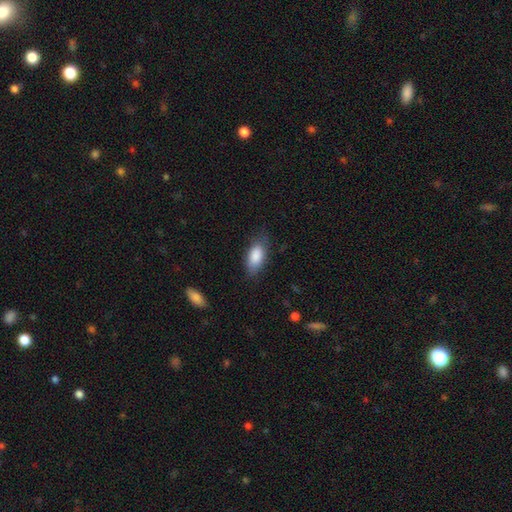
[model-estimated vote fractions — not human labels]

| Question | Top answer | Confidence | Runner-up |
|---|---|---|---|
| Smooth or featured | smooth | 86% | featured or disk (7%) |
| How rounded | in between | 89% | cigar-shaped (7%) |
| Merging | none | 72% | minor disturbance (20%) |